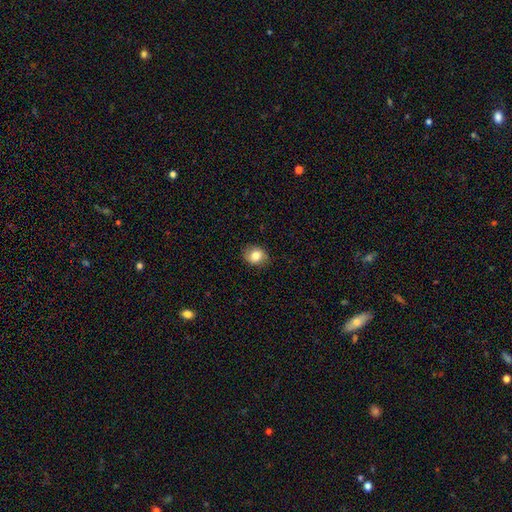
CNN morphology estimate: Smooth or featured: smooth — 80% (featured or disk — 11%)
How rounded: round — 57% (in between — 42%)
Merging: none — 83% (minor disturbance — 13%)